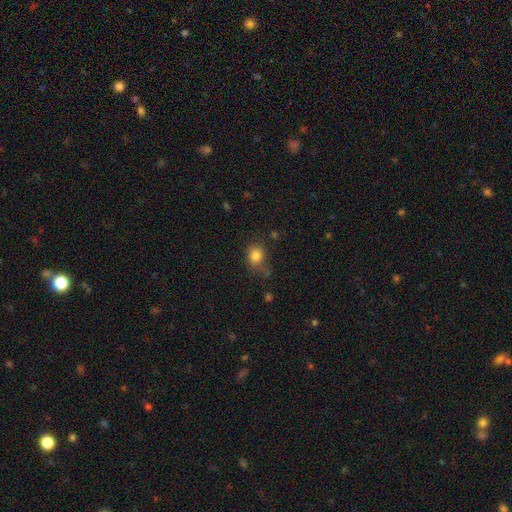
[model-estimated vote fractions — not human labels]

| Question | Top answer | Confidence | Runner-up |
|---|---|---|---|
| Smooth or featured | smooth | 82% | star or artifact (11%) |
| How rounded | round | 66% | in between (33%) |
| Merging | none | 68% | minor disturbance (22%) |